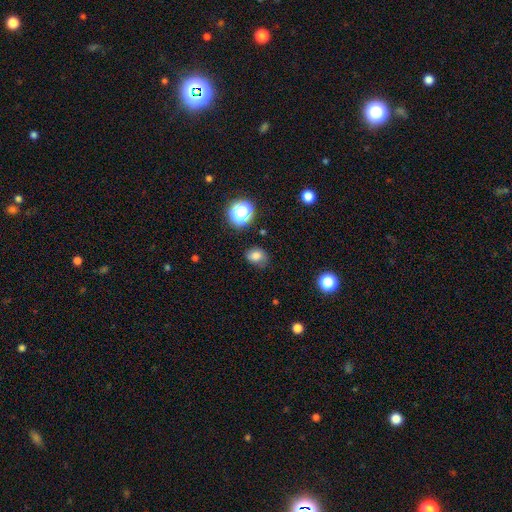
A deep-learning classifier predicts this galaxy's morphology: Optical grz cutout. It shows a smooth galaxy with no disk features (77%) that is in between round and cigar-shaped (53%). Merging: none (67%).